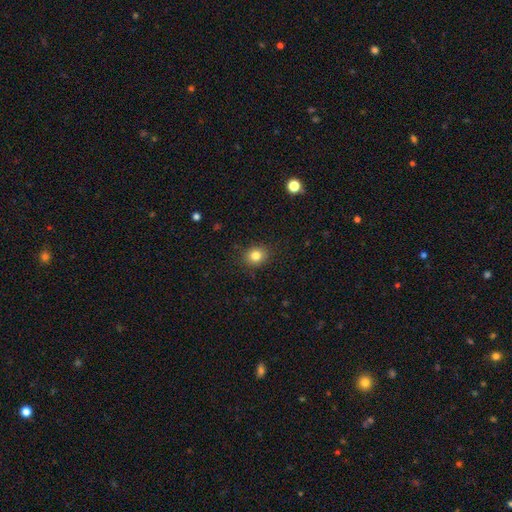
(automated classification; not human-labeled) This is clearly a smooth galaxy (82%). How rounded: likely round (75%). Merging: clearly none (88%).